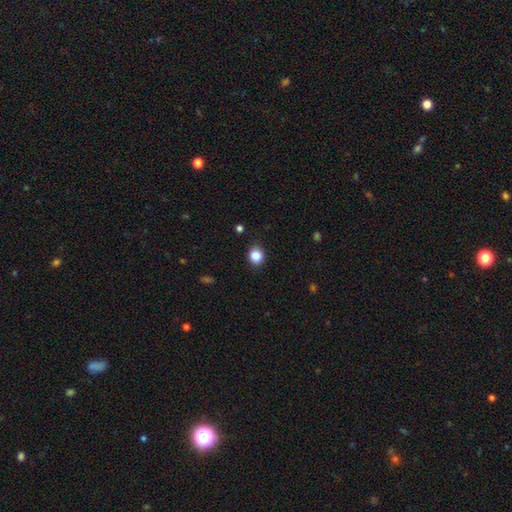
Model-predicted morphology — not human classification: type=smooth (86%); roundness=round (73%); merging=none (87%).